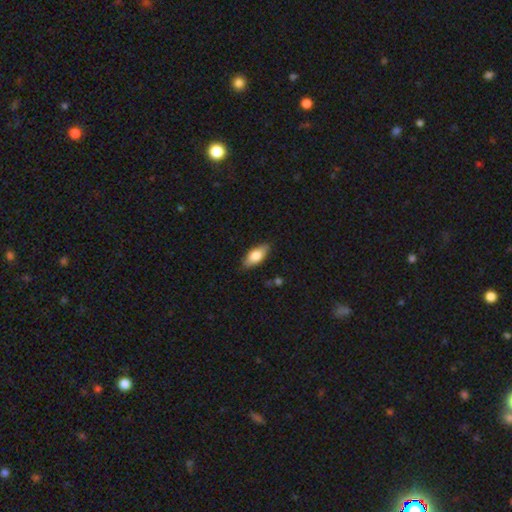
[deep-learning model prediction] Smooth or featured?
  - smooth: 74% *
  - featured or disk: 20%
  - star or artifact: 6%
How rounded?
  - in between: 83% *
  - cigar-shaped: 15%
  - round: 3%
Merging?
  - none: 85% *
  - minor disturbance: 12%
  - major disturbance: 2%
  - merger: 1%